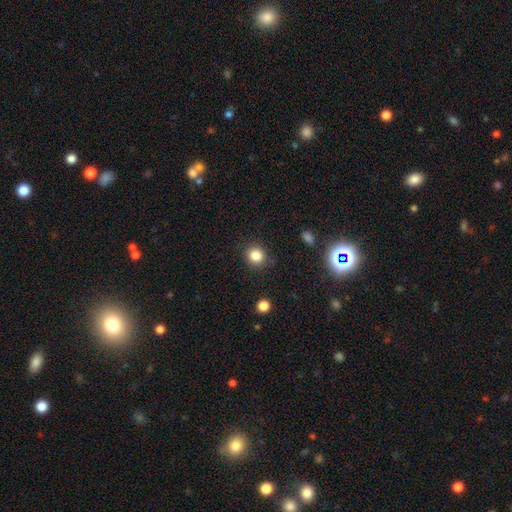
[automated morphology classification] A smooth galaxy with no disk features (83%) that is round (85%). Merging: none (87%).